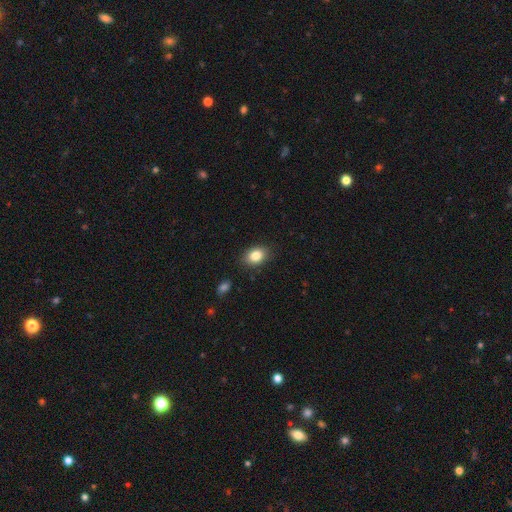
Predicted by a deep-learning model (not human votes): This appears to be a smooth galaxy with no disk features (85%) that is in between round and cigar-shaped (75%). Merging: none (86%).